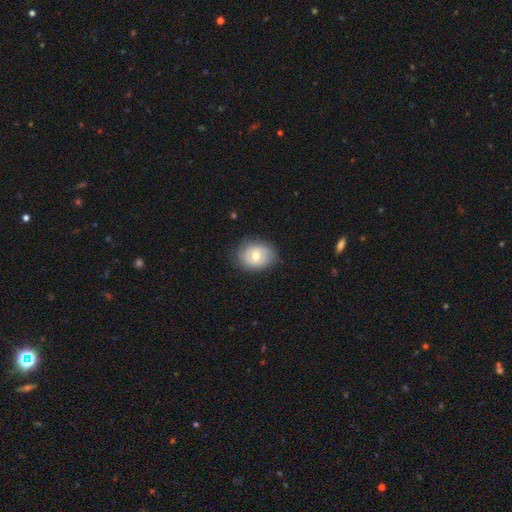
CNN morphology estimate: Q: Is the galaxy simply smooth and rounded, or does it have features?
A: smooth — 57%.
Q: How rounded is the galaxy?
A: in between — 52%.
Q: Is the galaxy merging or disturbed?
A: none — 77%.